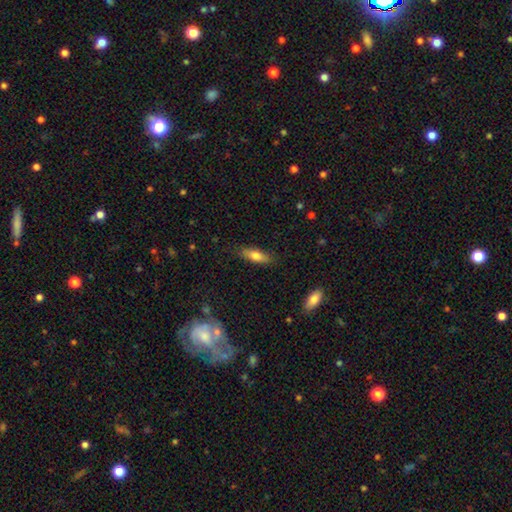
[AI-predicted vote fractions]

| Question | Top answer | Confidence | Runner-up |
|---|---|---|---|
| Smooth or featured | smooth | 71% | featured or disk (22%) |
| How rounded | in between | 51% | cigar-shaped (47%) |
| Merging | none | 84% | minor disturbance (12%) |